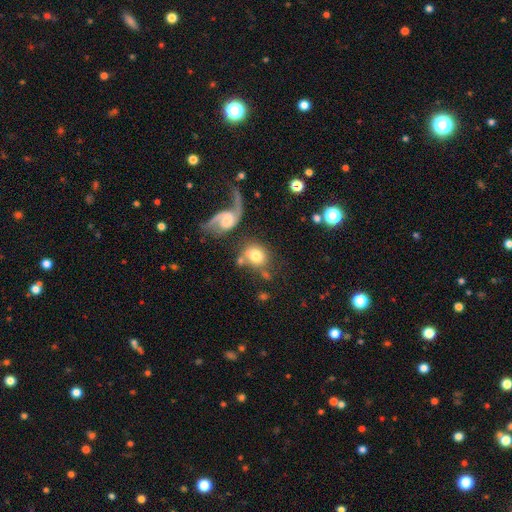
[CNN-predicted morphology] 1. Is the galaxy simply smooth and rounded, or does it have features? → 67% smooth, 24% featured or disk, 9% star or artifact.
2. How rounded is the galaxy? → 66% round, 32% in between, 2% cigar-shaped.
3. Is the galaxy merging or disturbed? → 42% none, 31% merger, 14% minor disturbance, 13% major disturbance.